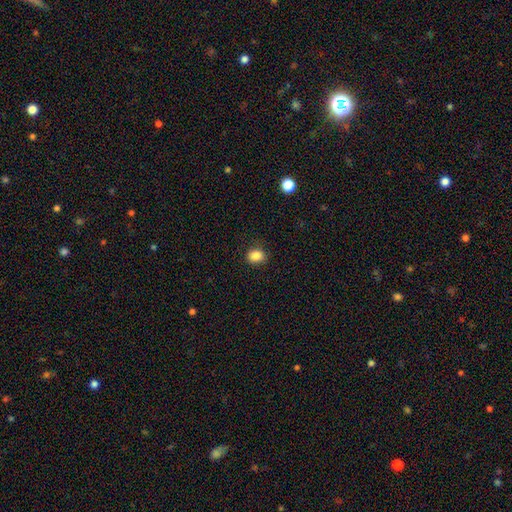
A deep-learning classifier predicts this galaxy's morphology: smooth-or-featured: smooth: 87% | star or artifact: 10% | featured or disk: 4%
  how-rounded: round: 51% | in between: 48% | cigar-shaped: 1%
  merging: none: 86% | minor disturbance: 10% | major disturbance: 3% | merger: 1%